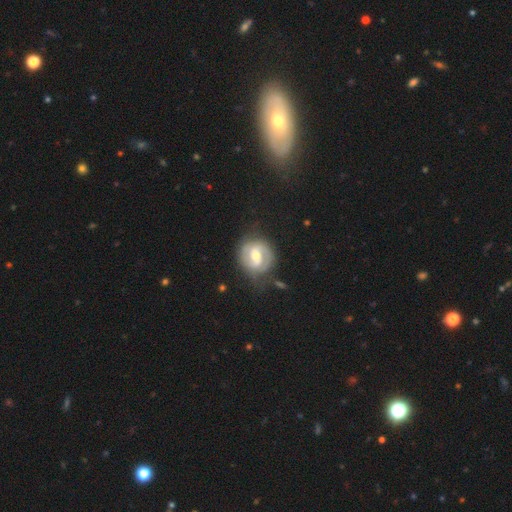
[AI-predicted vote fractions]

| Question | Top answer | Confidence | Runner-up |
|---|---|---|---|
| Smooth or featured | featured or disk | 83% | smooth (12%) |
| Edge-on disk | no | 98% | yes (2%) |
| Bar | weak | 49% | strong (31%) |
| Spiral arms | yes | 92% | no (8%) |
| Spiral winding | tight | 47% | medium (40%) |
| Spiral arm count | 2 | 86% | can't tell (7%) |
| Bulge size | moderate | 69% | small (23%) |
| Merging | none | 74% | minor disturbance (17%) |